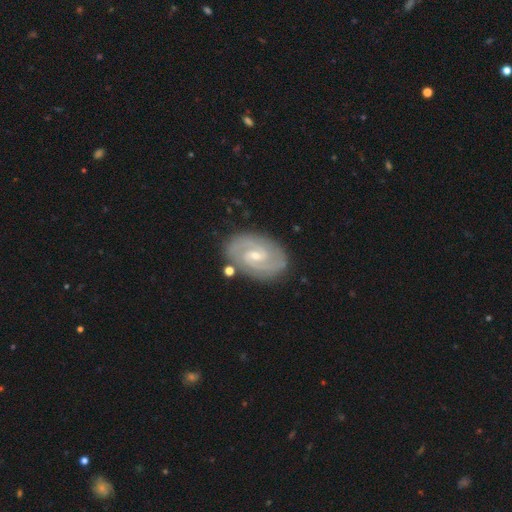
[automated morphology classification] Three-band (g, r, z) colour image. It shows a featured or disk galaxy (88%) with a weak bar (56%), 2 (81%) tight (59%) spiral arms (97%) and a small central bulge (56%). Merging: none (83%).